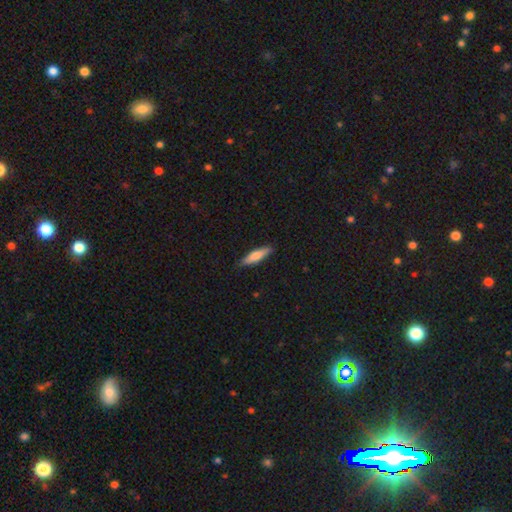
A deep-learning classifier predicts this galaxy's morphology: type=smooth (72%); roundness=cigar-shaped (74%); merging=none (87%).